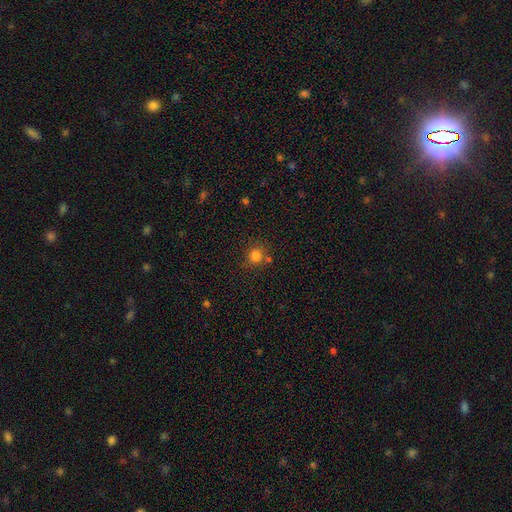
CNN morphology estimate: A smooth galaxy with no disk features (81%) that is round (91%).

Vote fractions:
- Smooth or featured? smooth: 81% / star or artifact: 13% / featured or disk: 5%
- How rounded? round: 91% / in between: 9% / cigar-shaped: 1%
- Merging? none: 75% / merger: 11% / minor disturbance: 10% / major disturbance: 4%